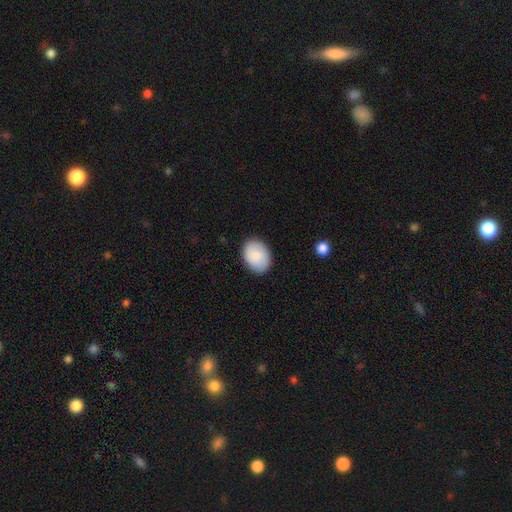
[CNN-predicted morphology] A smooth galaxy with no disk features (86%) that is in between round and cigar-shaped (74%). Merging: none (88%).